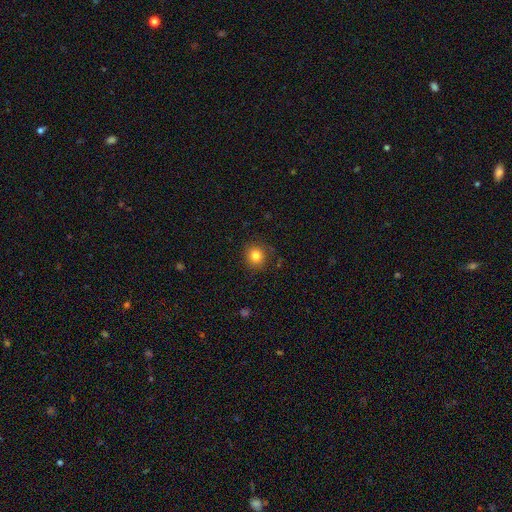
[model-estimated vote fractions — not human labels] smooth 82%, star or artifact 11%, featured or disk 6%. Down the decision tree: how rounded — round (89%); merging — none (86%).